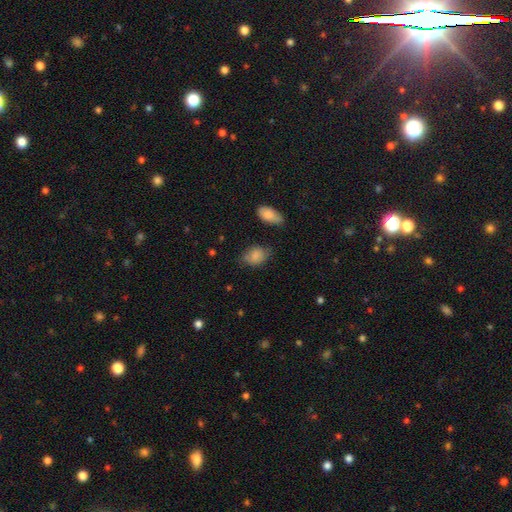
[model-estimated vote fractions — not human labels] Smooth or featured? Predicted: smooth (p=0.83). How rounded? Predicted: in between (p=0.78). Merging? Predicted: none (p=0.63).